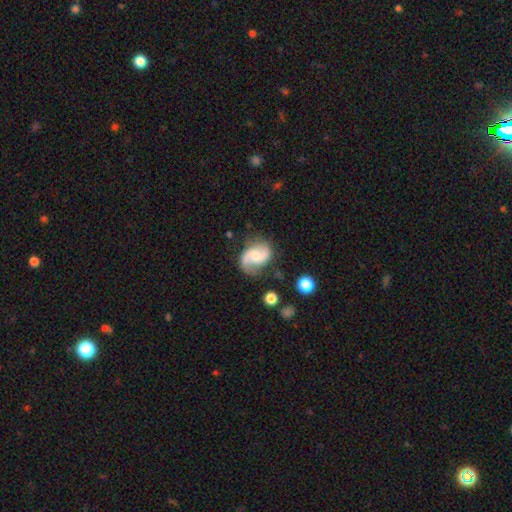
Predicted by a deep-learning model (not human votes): Q: Smooth or featured?
A: featured or disk (83%); runner-up: smooth (12%)
Q: Edge-on disk?
A: no (98%); runner-up: yes (2%)
Q: Bar?
A: no (51%); runner-up: weak (40%)
Q: Spiral arms?
A: yes (96%); runner-up: no (4%)
Q: Spiral winding?
A: medium (44%); runner-up: loose (43%)
Q: Spiral arm count?
A: 2 (90%); runner-up: 1 (4%)
Q: Bulge size?
A: moderate (49%); runner-up: small (38%)
Q: Merging?
A: none (72%); runner-up: minor disturbance (18%)